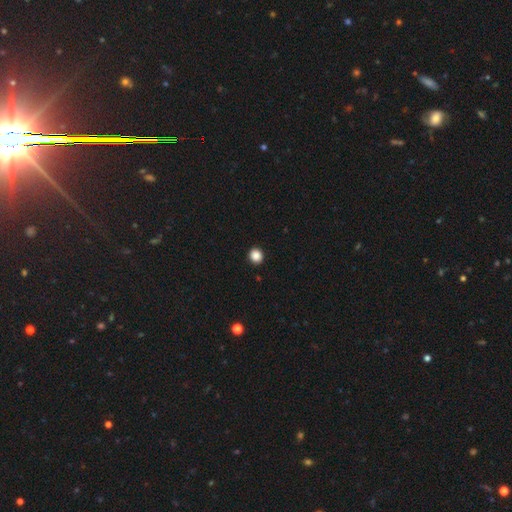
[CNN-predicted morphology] Smooth or featured? smooth (87%)
How rounded? round (85%)
Merging? none (93%)